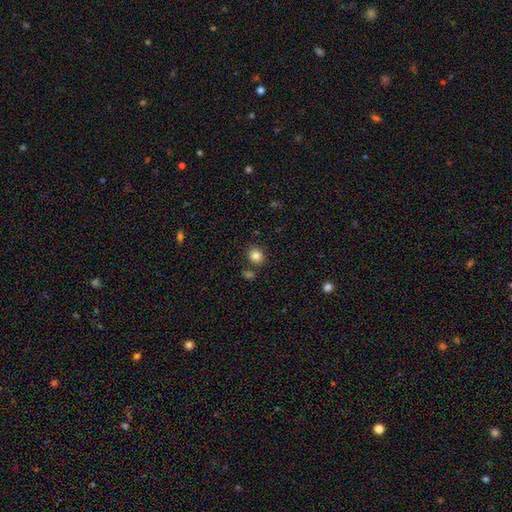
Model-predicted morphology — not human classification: The model was most divided on "how rounded": round: 81%, in between: 18%, cigar-shaped: 1%. More confident: smooth or featured — smooth (84%); merging — none (81%).